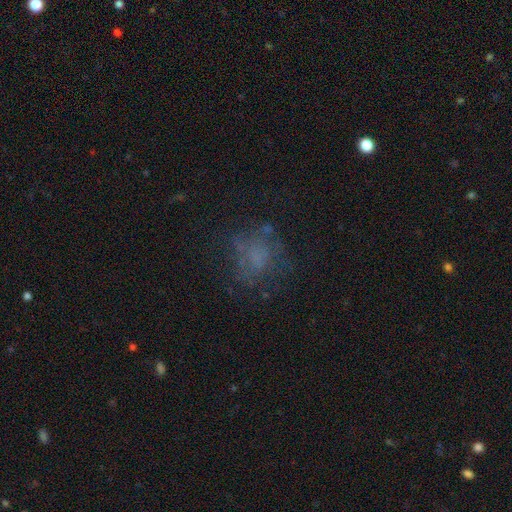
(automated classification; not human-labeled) smooth-or-featured: smooth: 44% | featured or disk: 34% | star or artifact: 22%
  merging: none: 60% | major disturbance: 20% | minor disturbance: 18% | merger: 3%